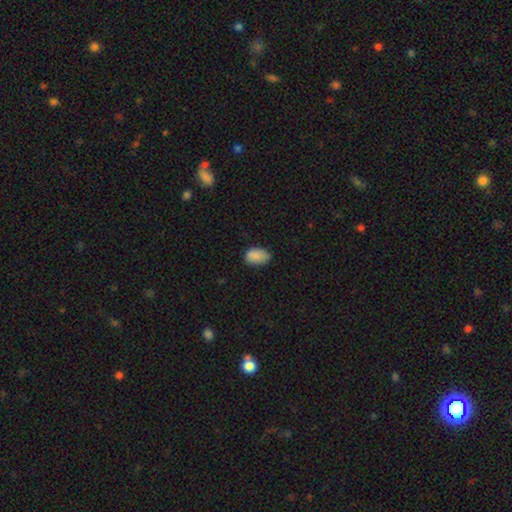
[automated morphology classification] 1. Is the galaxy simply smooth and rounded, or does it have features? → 87% smooth, 8% star or artifact, 5% featured or disk.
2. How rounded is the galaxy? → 87% in between, 11% round, 1% cigar-shaped.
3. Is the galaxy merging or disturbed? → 68% none, 27% minor disturbance, 4% major disturbance, 1% merger.